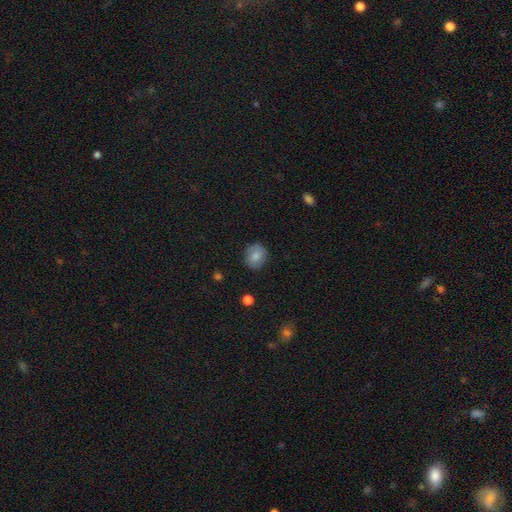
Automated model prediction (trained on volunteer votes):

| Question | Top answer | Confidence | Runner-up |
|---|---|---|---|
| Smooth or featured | smooth | 82% | featured or disk (10%) |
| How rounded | round | 74% | in between (25%) |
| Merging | none | 87% | minor disturbance (10%) |